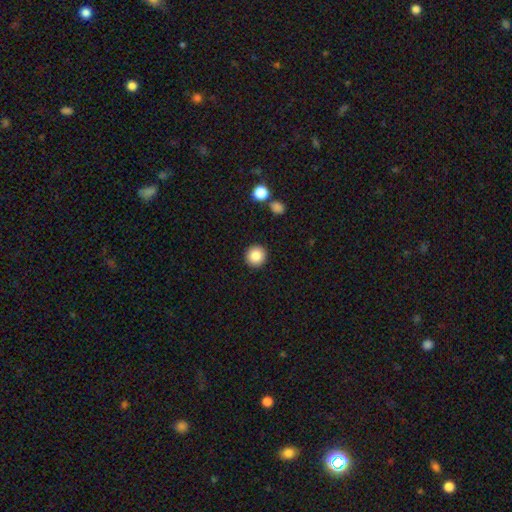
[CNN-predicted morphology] This is clearly a smooth galaxy (86%). How rounded: clearly round (93%). Merging: clearly none (92%).